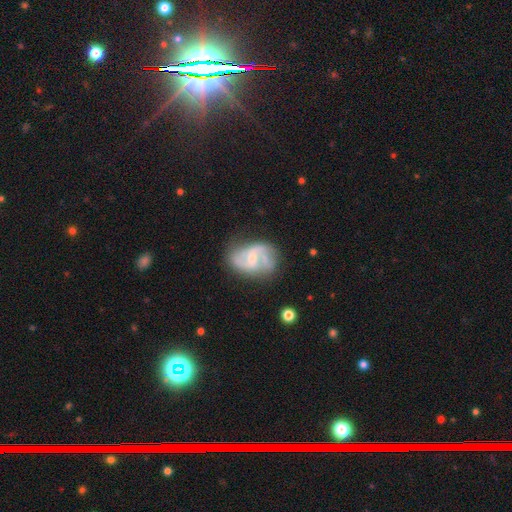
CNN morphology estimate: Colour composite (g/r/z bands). It shows a featured or disk galaxy (75%) with a weak bar (48%), 2 (68%) medium (41%, tied with loose) spiral arms (90%) and a small central bulge (57%). Merging: none (66%).